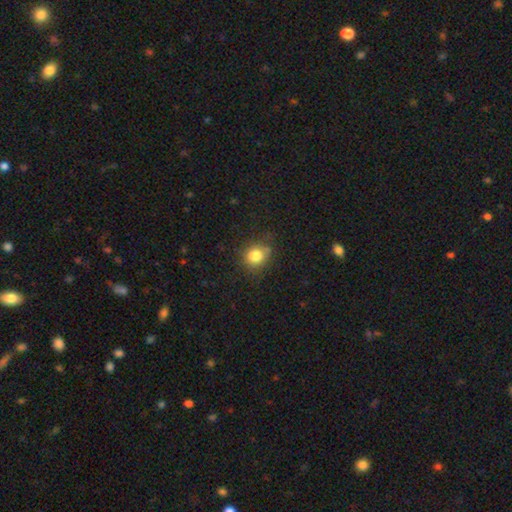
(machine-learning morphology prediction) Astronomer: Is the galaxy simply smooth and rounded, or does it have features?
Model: smooth — 81%.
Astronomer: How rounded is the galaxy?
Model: round — 73%.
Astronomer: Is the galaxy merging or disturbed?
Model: none — 74%.